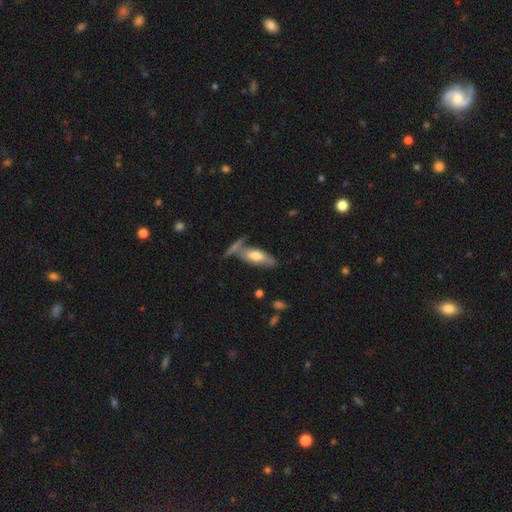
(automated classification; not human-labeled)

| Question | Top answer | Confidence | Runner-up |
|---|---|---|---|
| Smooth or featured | smooth | 55% | featured or disk (38%) |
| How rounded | in between | 68% | cigar-shaped (30%) |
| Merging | none | 52% | merger (21%) |